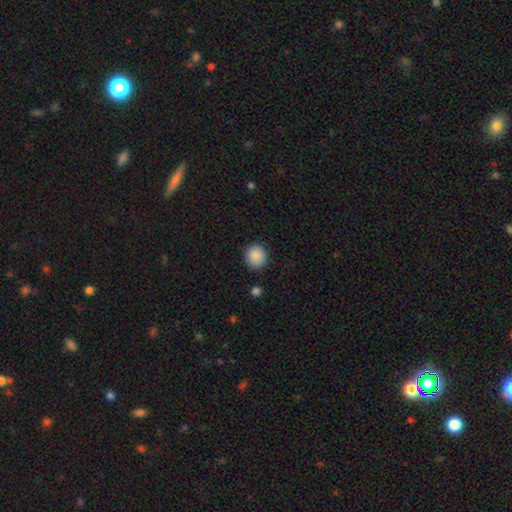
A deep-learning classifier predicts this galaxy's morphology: Smooth or featured? smooth (89%)
How rounded? round (88%)
Merging? none (89%)